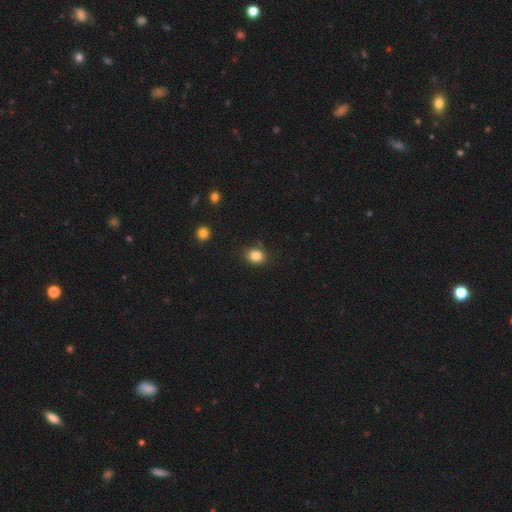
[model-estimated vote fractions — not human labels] This is clearly a smooth galaxy (84%). How rounded: possibly round (52%). Merging: clearly none (83%).